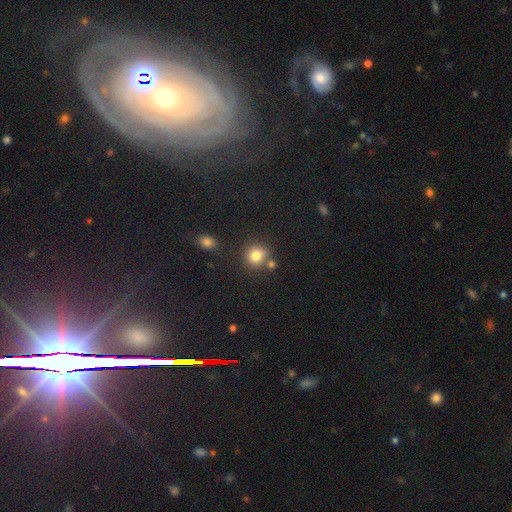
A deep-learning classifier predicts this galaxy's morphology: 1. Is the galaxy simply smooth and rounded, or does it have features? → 80% smooth, 13% star or artifact, 7% featured or disk.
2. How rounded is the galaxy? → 86% round, 13% in between, 1% cigar-shaped.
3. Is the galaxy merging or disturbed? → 69% none, 16% merger, 11% minor disturbance, 4% major disturbance.